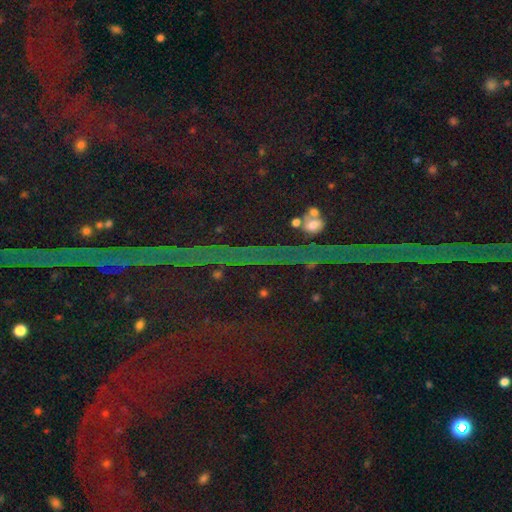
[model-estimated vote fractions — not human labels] Smooth or featured? Predicted: star or artifact (p=0.86).